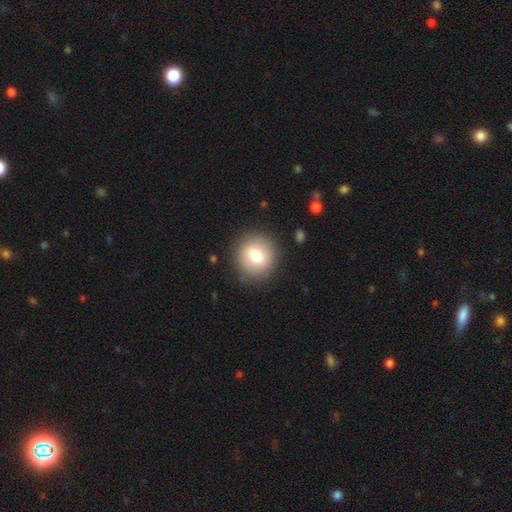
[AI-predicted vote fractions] Smooth or featured? Predicted: smooth (p=0.72). How rounded? Predicted: round (p=0.88). Merging? Predicted: none (p=0.88).